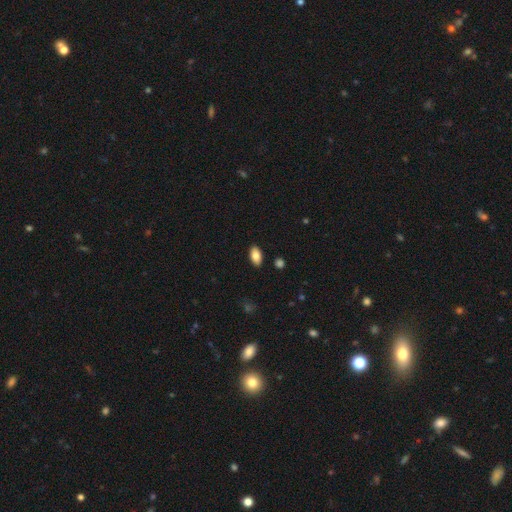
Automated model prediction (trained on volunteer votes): A smooth galaxy with no disk features (84%) that is in between round and cigar-shaped (94%).

Vote fractions:
- Smooth or featured? smooth: 84% / featured or disk: 9% / star or artifact: 7%
- How rounded? in between: 94% / round: 4% / cigar-shaped: 3%
- Merging? none: 89% / minor disturbance: 8% / major disturbance: 2% / merger: 2%